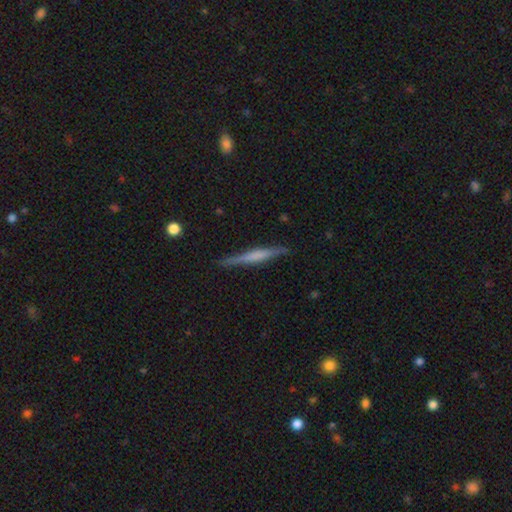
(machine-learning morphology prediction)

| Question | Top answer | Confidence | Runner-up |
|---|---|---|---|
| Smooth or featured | featured or disk | 60% | smooth (34%) |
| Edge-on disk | yes | 97% | no (3%) |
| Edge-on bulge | none | 38% | rounded (32%) |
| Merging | none | 88% | minor disturbance (9%) |